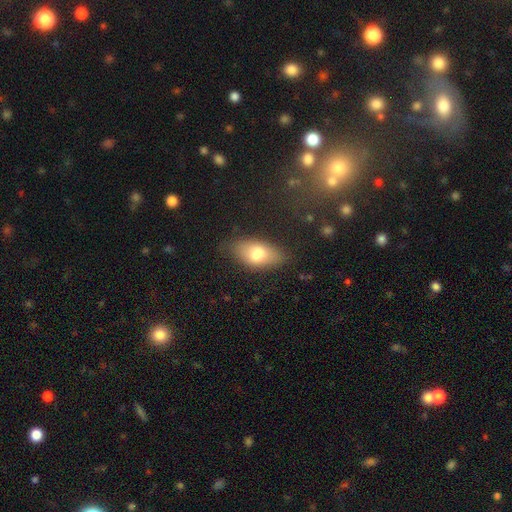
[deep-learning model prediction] smooth 73%, featured or disk 19%, star or artifact 8%. Down the decision tree: how rounded — in between (89%); merging — none (63%).